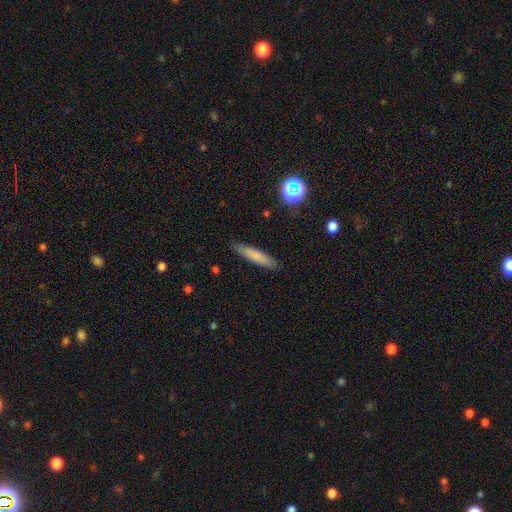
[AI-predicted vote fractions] Overall: smooth (76%). How rounded: cigar-shaped (88%). Merging: none (89%).